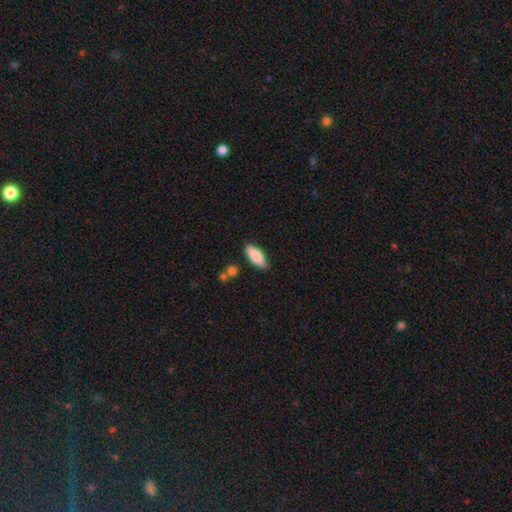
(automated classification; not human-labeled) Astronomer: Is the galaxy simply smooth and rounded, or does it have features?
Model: smooth — 86%.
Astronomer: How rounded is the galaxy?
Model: in between — 82%.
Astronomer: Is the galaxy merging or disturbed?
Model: none — 83%.